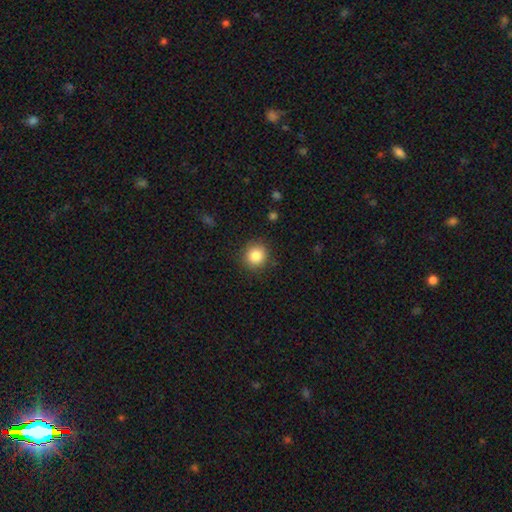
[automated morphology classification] This is clearly a smooth galaxy (85%). How rounded: clearly round (90%). Merging: clearly none (87%).